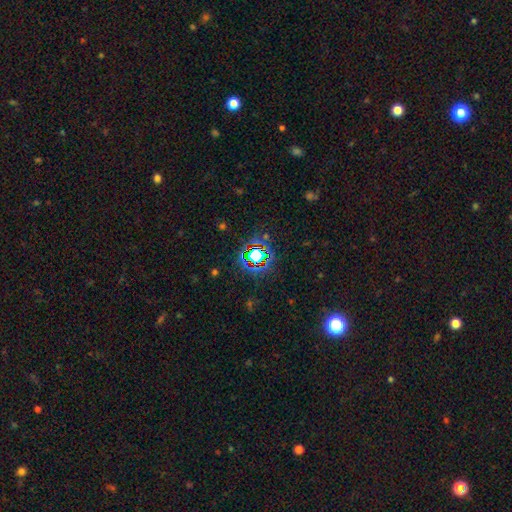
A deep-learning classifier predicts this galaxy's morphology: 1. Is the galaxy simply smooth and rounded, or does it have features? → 70% star or artifact, 19% smooth, 11% featured or disk.